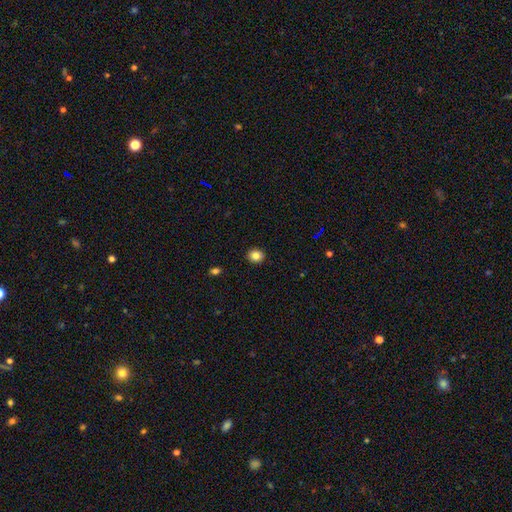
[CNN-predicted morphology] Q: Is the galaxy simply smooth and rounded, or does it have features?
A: smooth — 85%.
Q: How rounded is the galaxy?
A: round — 76%.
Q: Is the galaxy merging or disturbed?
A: none — 92%.